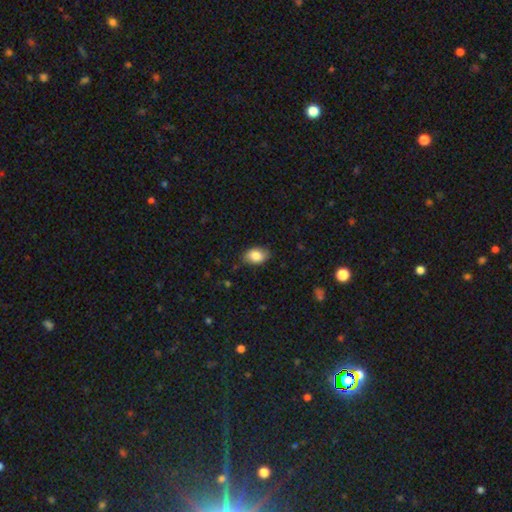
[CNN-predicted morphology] Smooth or featured: smooth — 84% (featured or disk — 9%)
How rounded: in between — 83% (round — 15%)
Merging: none — 80% (minor disturbance — 16%)